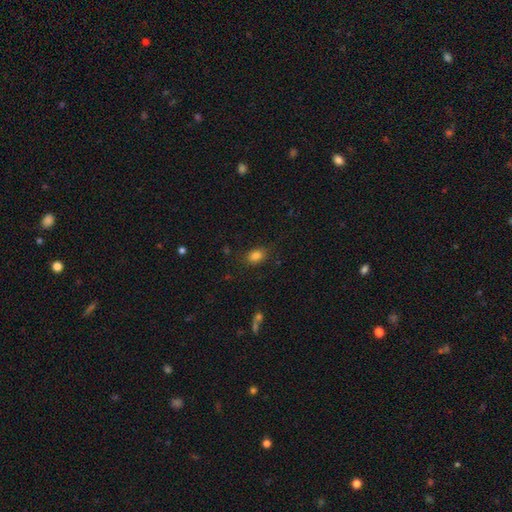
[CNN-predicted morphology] smooth-or-featured: smooth: 84% | star or artifact: 11% | featured or disk: 5%
  how-rounded: in between: 77% | round: 22% | cigar-shaped: 2%
  merging: none: 81% | minor disturbance: 13% | major disturbance: 4% | merger: 2%